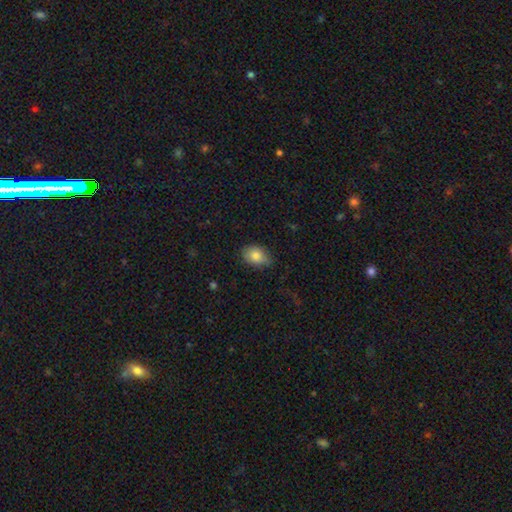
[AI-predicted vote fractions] Overall: smooth (82%). How rounded: in between (76%). Merging: none (70%).